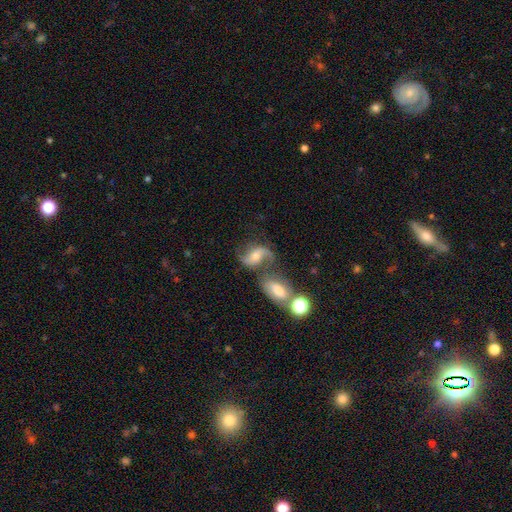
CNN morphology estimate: The model was most divided on "merging": merger: 38%, none: 36%, minor disturbance: 15%, major disturbance: 11%. Remaining: edge-on disk — no (96%); spiral arms — yes (93%); spiral arm count — 2 (89%); smooth or featured — featured or disk (72%); spiral winding — loose (64%); bulge size — moderate (53%); bar — no (44%).